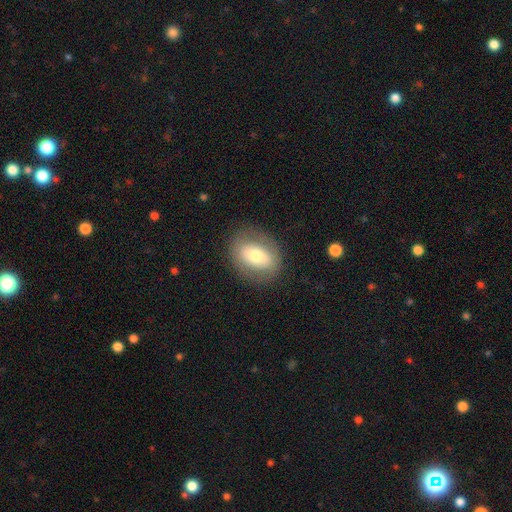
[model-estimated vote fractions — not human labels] A smooth galaxy with no disk features (61%) that is in between round and cigar-shaped (68%).

Vote fractions:
- Smooth or featured? smooth: 61% / featured or disk: 31% / star or artifact: 8%
- How rounded? in between: 68% / round: 31% / cigar-shaped: 1%
- Merging? none: 82% / minor disturbance: 12% / major disturbance: 5% / merger: 1%